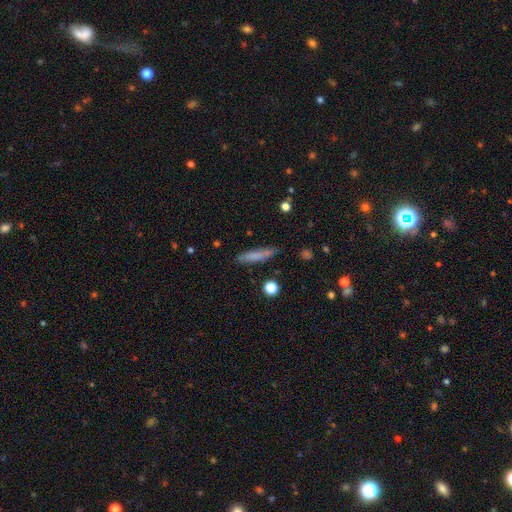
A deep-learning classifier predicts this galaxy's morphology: Smooth or featured: smooth — 74% (featured or disk — 18%)
How rounded: cigar-shaped — 88% (in between — 10%)
Merging: none — 83% (minor disturbance — 13%)